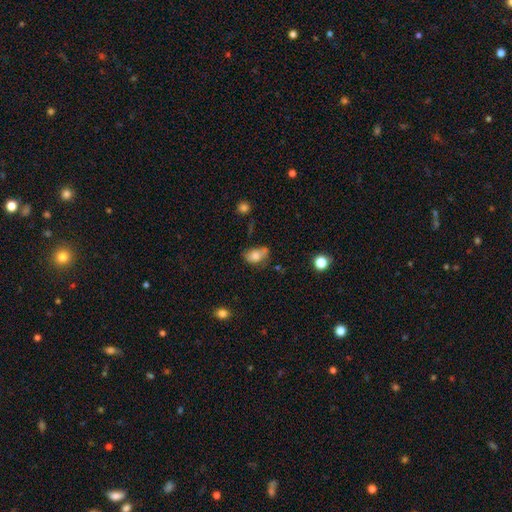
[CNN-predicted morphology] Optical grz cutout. It shows a smooth galaxy with no disk features (74%) that is in between round and cigar-shaped (79%). Merging: none (37%).